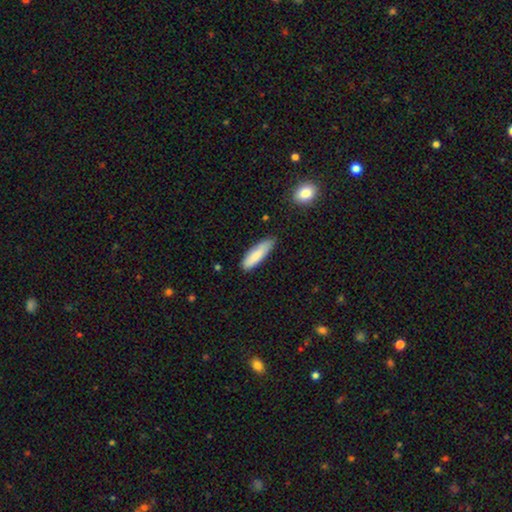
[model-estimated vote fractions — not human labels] smooth 85%, featured or disk 9%, star or artifact 6%. Down the decision tree: how rounded — cigar-shaped (60%); merging — none (73%).